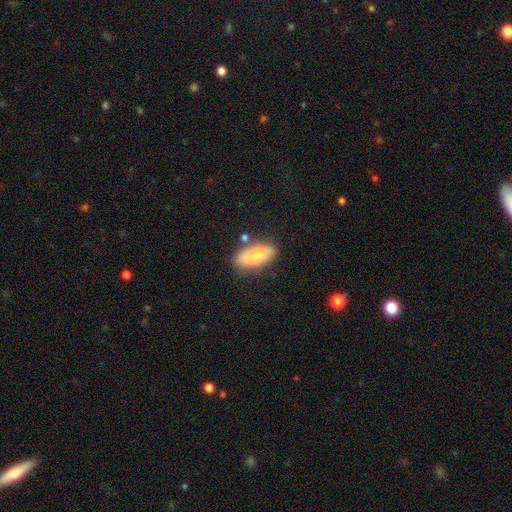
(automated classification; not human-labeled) smooth_or_featured: smooth (p=0.73) [alt: featured or disk p=0.20]
how_rounded: in between (p=0.84) [alt: cigar-shaped p=0.13]
merging: none (p=0.65) [alt: minor disturbance p=0.20]